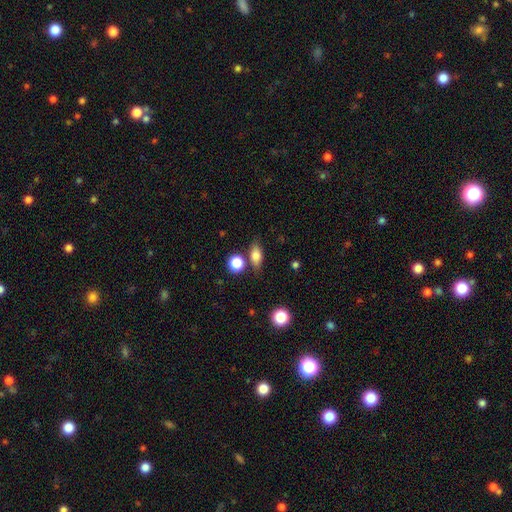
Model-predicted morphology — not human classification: This is likely a smooth galaxy (79%). How rounded: likely in between (74%). Merging: likely none (73%).